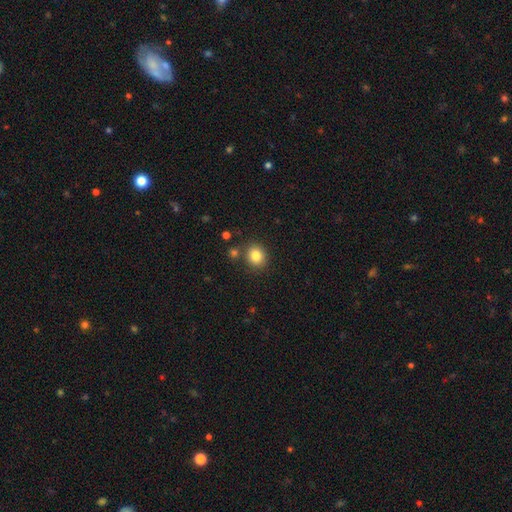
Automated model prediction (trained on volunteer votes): A smooth galaxy with no disk features (83%) that is round (78%). Merging: none (82%).